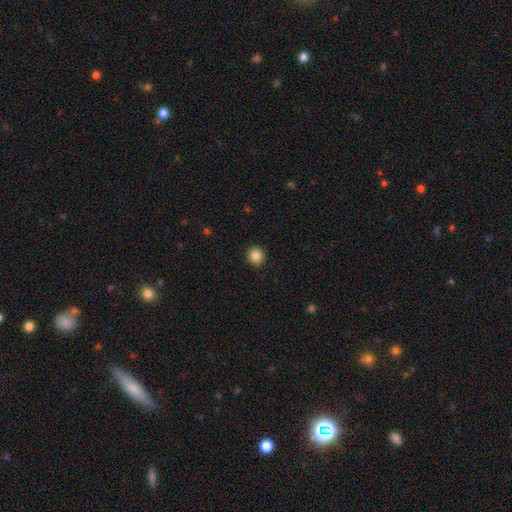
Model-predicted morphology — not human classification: The model was most divided on "smooth or featured": smooth: 85%, star or artifact: 10%, featured or disk: 5%. More confident: how rounded — round (93%); merging — none (92%).